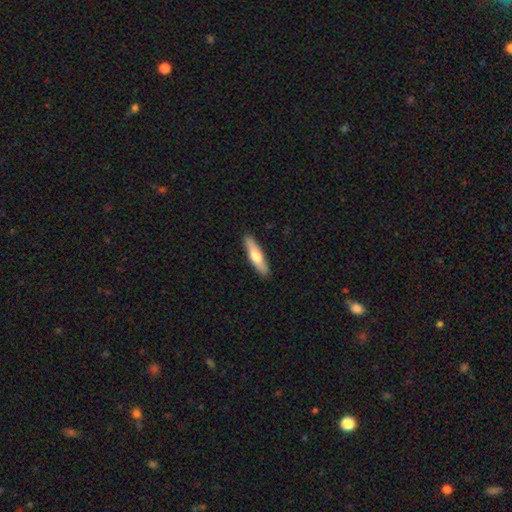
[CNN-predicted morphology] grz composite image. It shows a smooth galaxy with no disk features (58%) that is cigar-shaped (74%). Merging: none (90%).